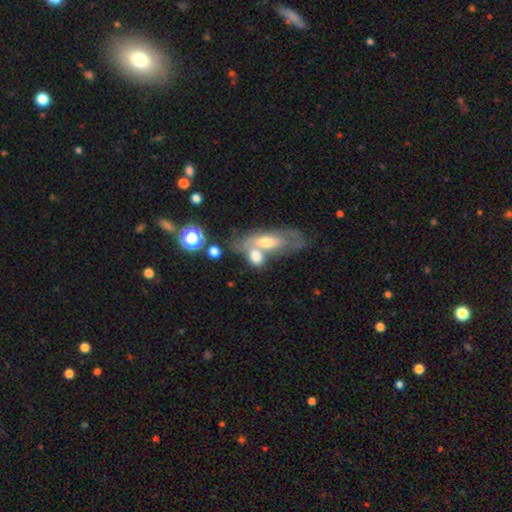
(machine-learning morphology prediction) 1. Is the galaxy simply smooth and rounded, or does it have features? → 58% smooth, 33% featured or disk, 9% star or artifact.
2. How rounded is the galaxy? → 72% in between, 15% round, 13% cigar-shaped.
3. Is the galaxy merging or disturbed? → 54% merger, 26% none, 12% minor disturbance, 9% major disturbance.